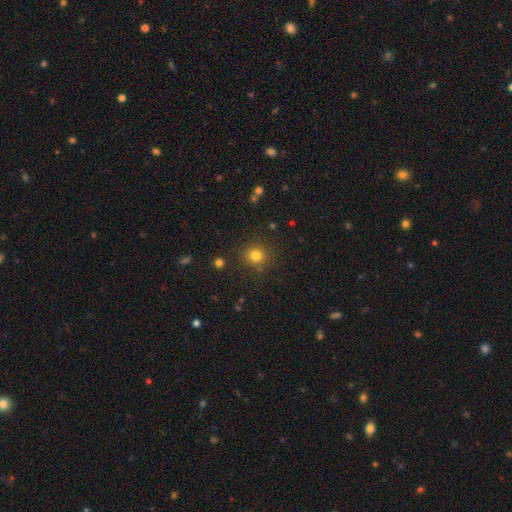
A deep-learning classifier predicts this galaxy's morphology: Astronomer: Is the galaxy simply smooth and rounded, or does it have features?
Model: smooth — 81%.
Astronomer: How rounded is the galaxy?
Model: round — 90%.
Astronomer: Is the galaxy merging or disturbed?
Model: none — 86%.